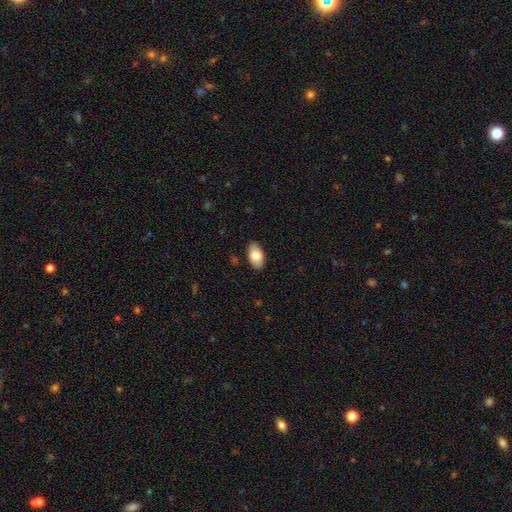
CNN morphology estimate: This appears to be a smooth galaxy with no disk features (82%) that is in between round and cigar-shaped (94%). Merging: none (86%).